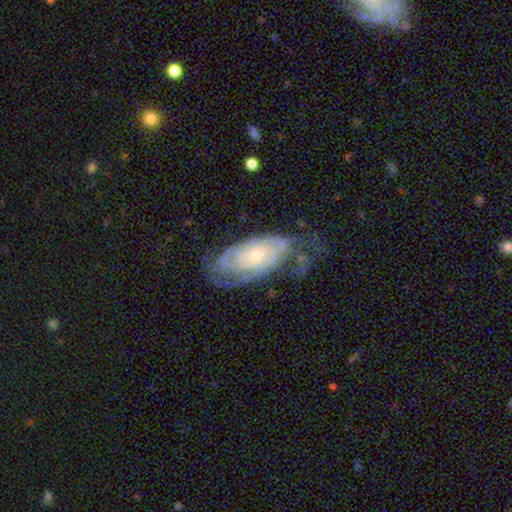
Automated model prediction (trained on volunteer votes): This is likely a featured or disk galaxy (74%). It is clearly not viewed edge-on (93%). Bar: likely no (77%). Spiral arm pattern: clearly yes (84%). Spiral arm count: possibly can't tell (48%). Spiral winding: possibly tight (59%). Central bulge: likely small (64%). Merging: possibly none (48%).